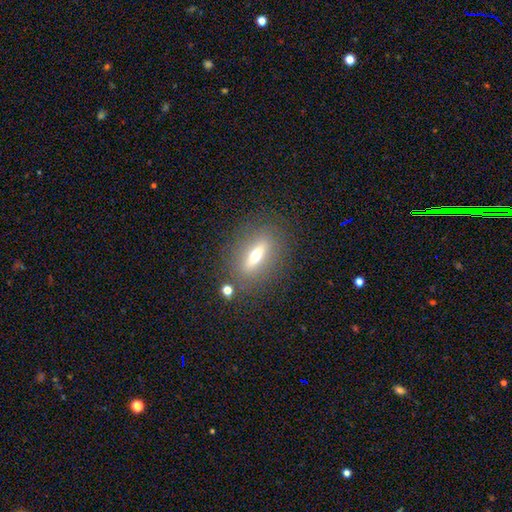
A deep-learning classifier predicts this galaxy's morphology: featured or disk 51%, smooth 39%, star or artifact 10%. Down the decision tree: edge-on disk — yes (68%); merging — none (83%).